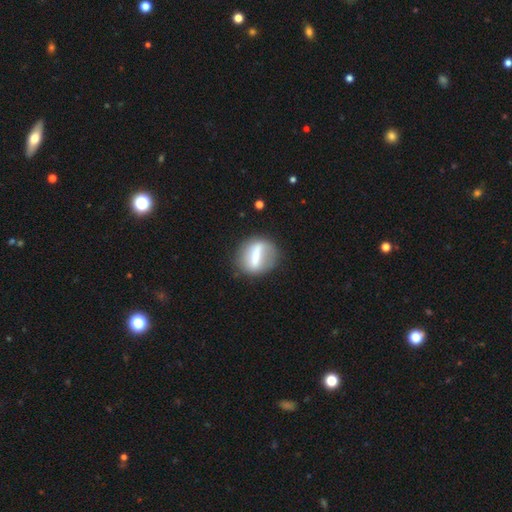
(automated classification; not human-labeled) Morphology: type=featured or disk (52%); edge-on=no (80%); merging=none (76%).